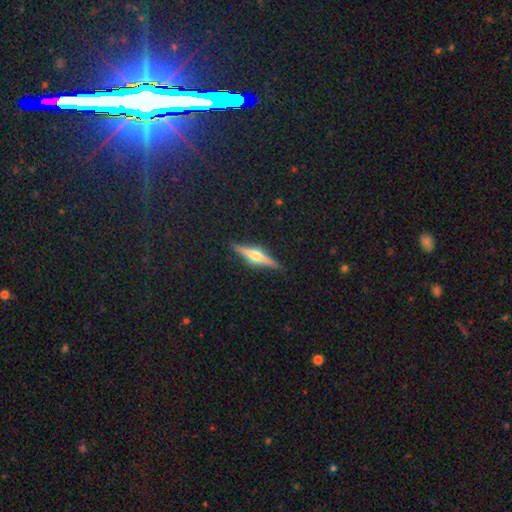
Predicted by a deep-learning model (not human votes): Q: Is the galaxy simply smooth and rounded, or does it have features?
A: featured or disk — 76%.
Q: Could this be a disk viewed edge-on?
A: yes — 97%.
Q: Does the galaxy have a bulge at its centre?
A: rounded — 92%.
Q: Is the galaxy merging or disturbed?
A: none — 90%.